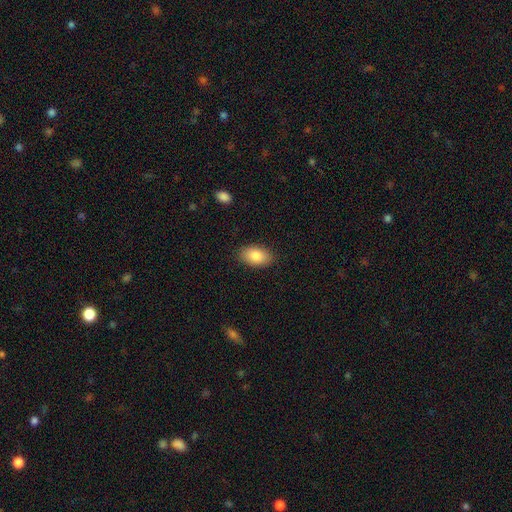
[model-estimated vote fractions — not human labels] A smooth galaxy with no disk features (85%) that is in between round and cigar-shaped (93%).

Vote fractions:
- Smooth or featured? smooth: 85% / featured or disk: 8% / star or artifact: 7%
- How rounded? in between: 93% / round: 6% / cigar-shaped: 2%
- Merging? none: 87% / minor disturbance: 9% / major disturbance: 2% / merger: 1%